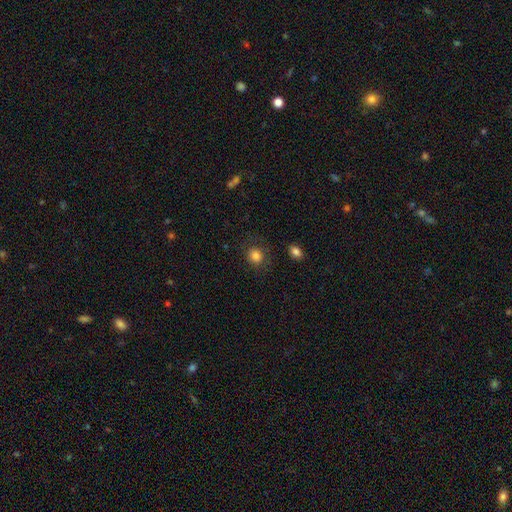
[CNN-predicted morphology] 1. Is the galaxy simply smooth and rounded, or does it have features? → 83% smooth, 11% star or artifact, 6% featured or disk.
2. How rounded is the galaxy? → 78% round, 21% in between, 1% cigar-shaped.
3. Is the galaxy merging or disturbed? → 77% none, 14% minor disturbance, 7% major disturbance, 2% merger.